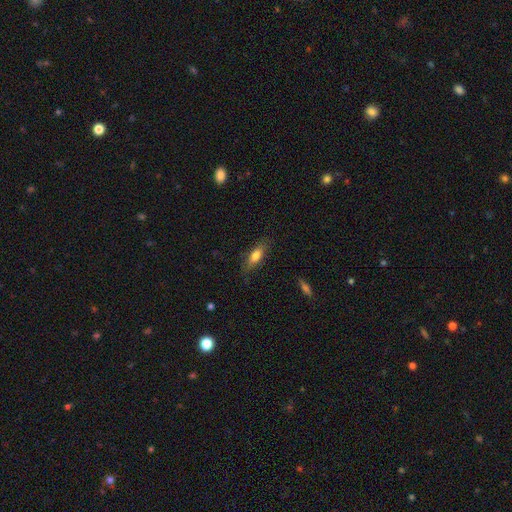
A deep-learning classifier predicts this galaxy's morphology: Q: Smooth or featured?
A: smooth (75%); runner-up: featured or disk (18%)
Q: How rounded?
A: in between (63%); runner-up: cigar-shaped (34%)
Q: Merging?
A: none (80%); runner-up: minor disturbance (15%)